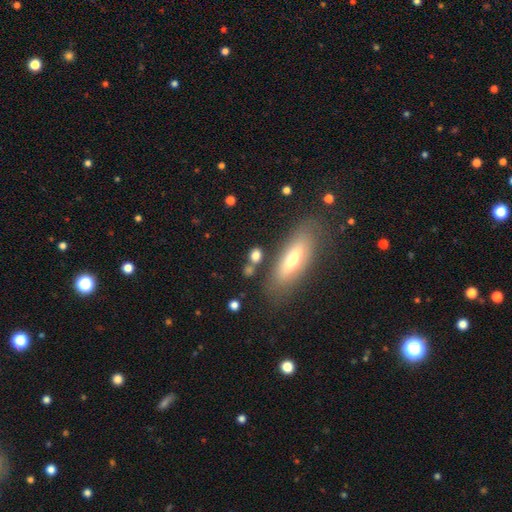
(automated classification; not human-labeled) Q: Smooth or featured?
A: smooth (74%); runner-up: featured or disk (16%)
Q: How rounded?
A: in between (49%); runner-up: round (34%)
Q: Merging?
A: none (70%); runner-up: minor disturbance (13%)